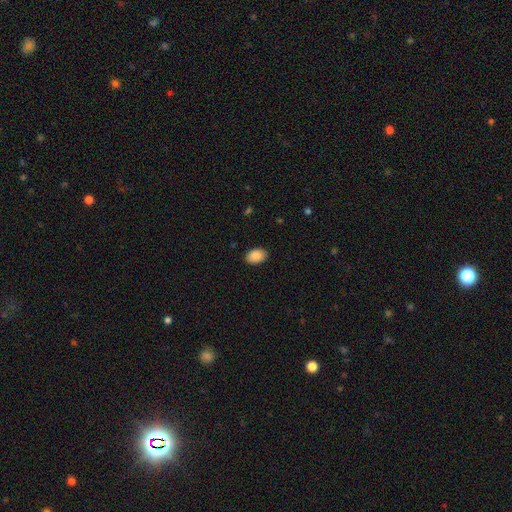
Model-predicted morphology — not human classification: Q: Smooth or featured?
A: smooth (90%); runner-up: star or artifact (7%)
Q: How rounded?
A: in between (86%); runner-up: round (13%)
Q: Merging?
A: none (88%); runner-up: minor disturbance (9%)